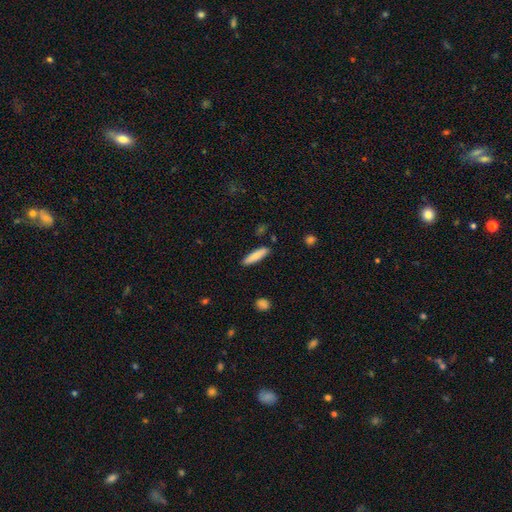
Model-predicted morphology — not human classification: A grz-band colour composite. It shows a smooth galaxy with no disk features (84%) that is cigar-shaped (79%). Merging: none (88%).